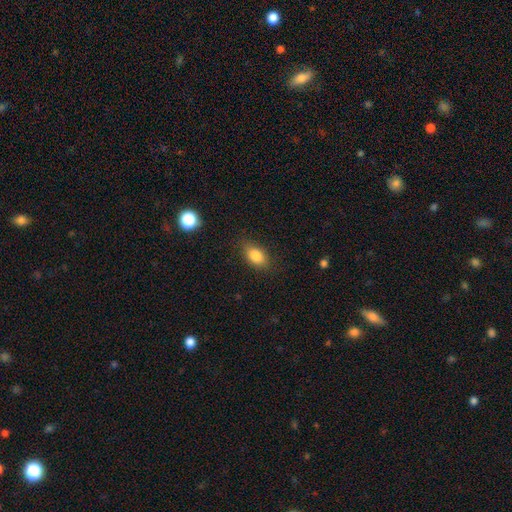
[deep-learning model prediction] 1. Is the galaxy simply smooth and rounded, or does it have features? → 84% smooth, 9% star or artifact, 8% featured or disk.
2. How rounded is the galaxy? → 85% in between, 11% round, 4% cigar-shaped.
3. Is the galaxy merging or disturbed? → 80% none, 15% minor disturbance, 4% major disturbance, 1% merger.